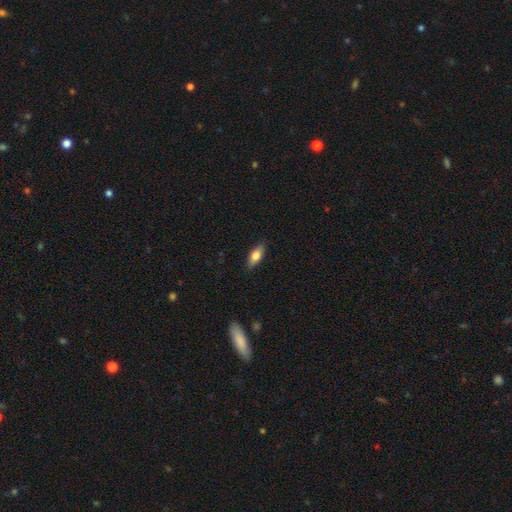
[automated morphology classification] A smooth galaxy with no disk features (73%) that is in between round and cigar-shaped (74%).

Vote fractions:
- Smooth or featured? smooth: 73% / featured or disk: 20% / star or artifact: 7%
- How rounded? in between: 74% / cigar-shaped: 23% / round: 3%
- Merging? none: 87% / minor disturbance: 10% / major disturbance: 2% / merger: 1%